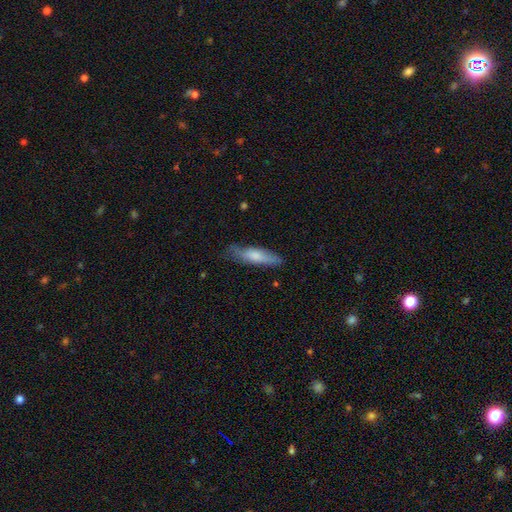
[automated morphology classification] Overall: smooth (68%). How rounded: cigar-shaped (65%; in between 33%). Merging: none (66%).